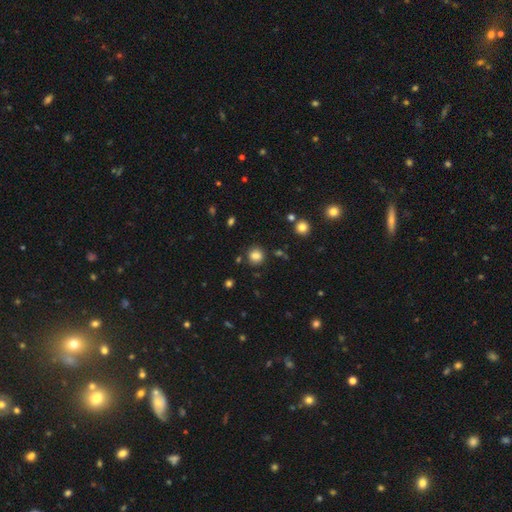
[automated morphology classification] smooth-or-featured: smooth: 83% | star or artifact: 12% | featured or disk: 5%
  how-rounded: round: 89% | in between: 10% | cigar-shaped: 1%
  merging: none: 86% | minor disturbance: 8% | merger: 3% | major disturbance: 3%